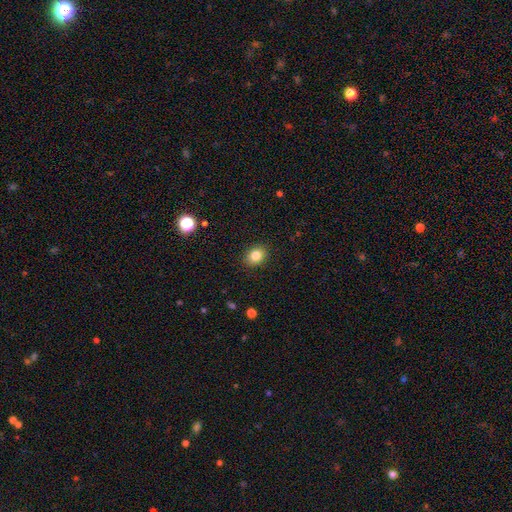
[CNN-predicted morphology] Q: Smooth or featured?
A: smooth (83%); runner-up: star or artifact (11%)
Q: How rounded?
A: in between (52%); runner-up: round (47%)
Q: Merging?
A: none (90%); runner-up: minor disturbance (7%)